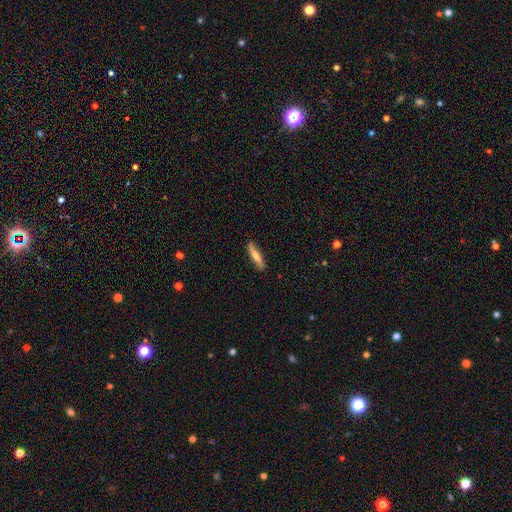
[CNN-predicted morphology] smooth 60%, featured or disk 34%, star or artifact 6%. Down the decision tree: how rounded — cigar-shaped (83%); merging — none (85%).